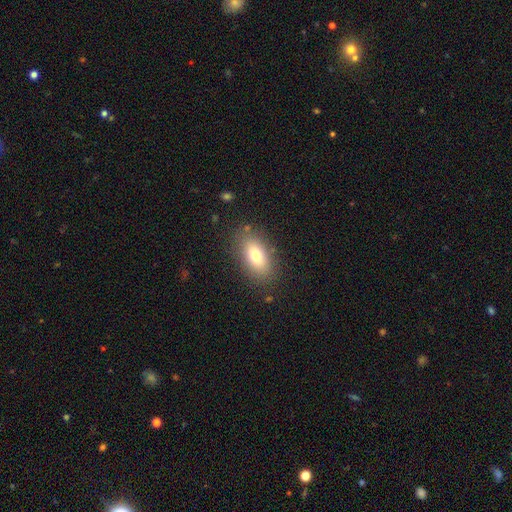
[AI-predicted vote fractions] Smooth or featured? Predicted: smooth (p=0.74). How rounded? Predicted: in between (p=0.89). Merging? Predicted: none (p=0.84).